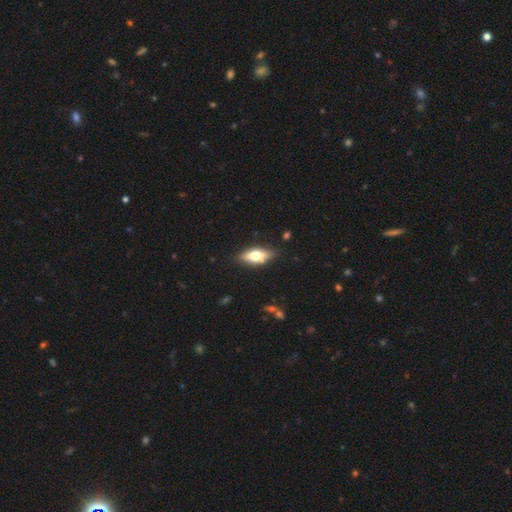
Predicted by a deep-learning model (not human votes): The model was most divided on "smooth or featured": smooth: 52%, featured or disk: 41%, star or artifact: 7%. More confident: merging — none (82%); how rounded — in between (72%).